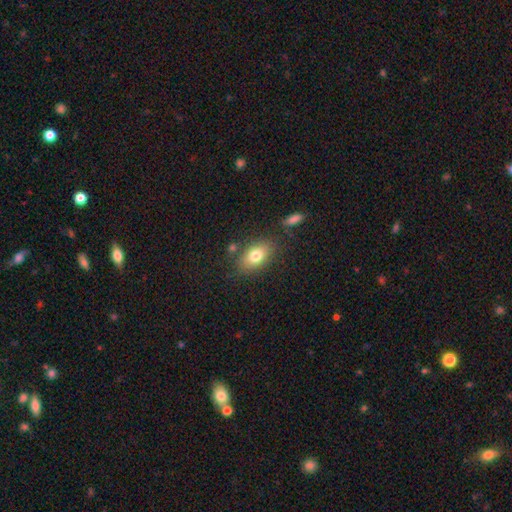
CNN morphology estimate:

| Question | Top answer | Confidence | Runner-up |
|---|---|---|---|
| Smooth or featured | smooth | 77% | featured or disk (14%) |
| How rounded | in between | 84% | round (13%) |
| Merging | none | 77% | minor disturbance (13%) |